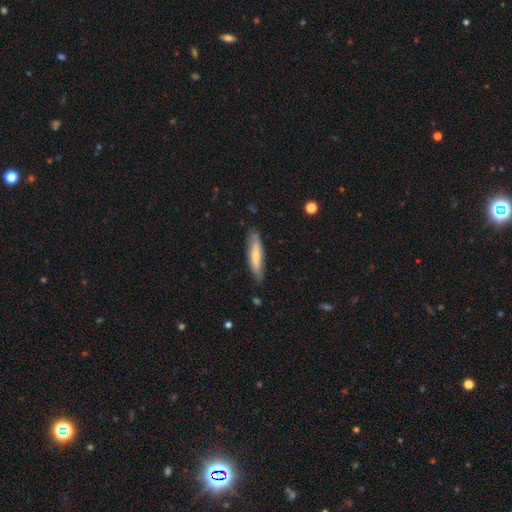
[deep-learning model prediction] A smooth galaxy with no disk features (60%) that is cigar-shaped (77%). Merging: none (81%).